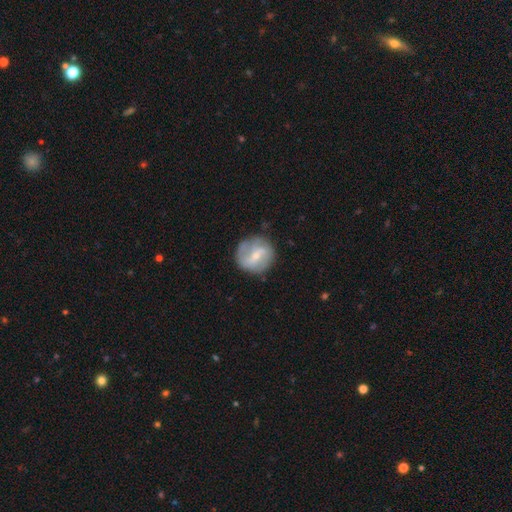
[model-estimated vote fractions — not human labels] A featured or disk galaxy (63%) with a weak bar (47%), spiral arms (71%) and a small central bulge (61%).

Vote fractions:
- Smooth or featured? featured or disk: 63% / smooth: 31% / star or artifact: 6%
- Edge-on disk? no: 96% / yes: 4%
- Bar? weak: 47% / strong: 35% / no: 17%
- Spiral arms? yes: 71% / no: 29%
- Bulge size? small: 61% / moderate: 33% / none: 3% / large: 2% / dominant: 1%
- Merging? none: 77% / minor disturbance: 15% / major disturbance: 6% / merger: 2%